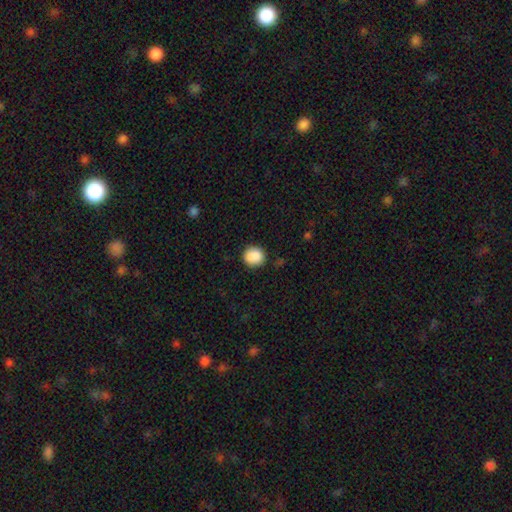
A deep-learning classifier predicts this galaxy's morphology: Q: Smooth or featured?
A: smooth (86%); runner-up: star or artifact (8%)
Q: How rounded?
A: round (86%); runner-up: in between (14%)
Q: Merging?
A: none (80%); runner-up: minor disturbance (13%)